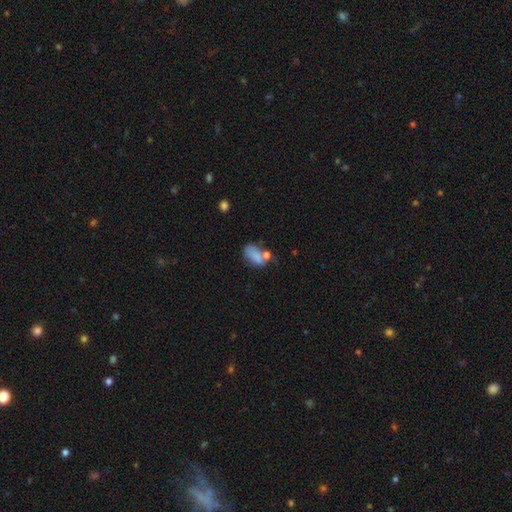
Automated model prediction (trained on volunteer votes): This appears to be a smooth galaxy with no disk features (75%) that is in between round and cigar-shaped (87%). Merging: none (36%).